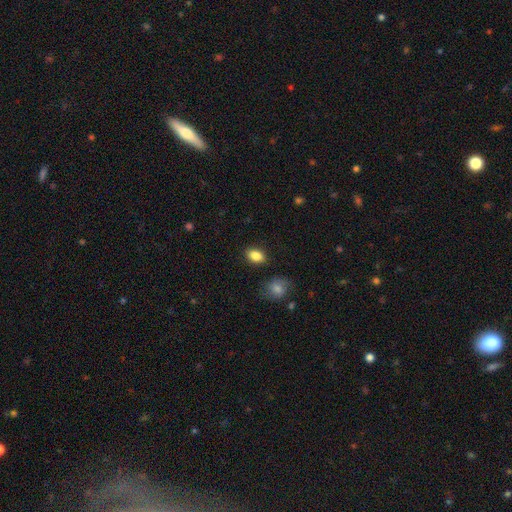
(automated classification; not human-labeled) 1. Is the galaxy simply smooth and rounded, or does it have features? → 86% smooth, 8% star or artifact, 5% featured or disk.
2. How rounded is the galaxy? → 82% in between, 16% round, 2% cigar-shaped.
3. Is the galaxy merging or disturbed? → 86% none, 9% minor disturbance, 2% major disturbance, 2% merger.